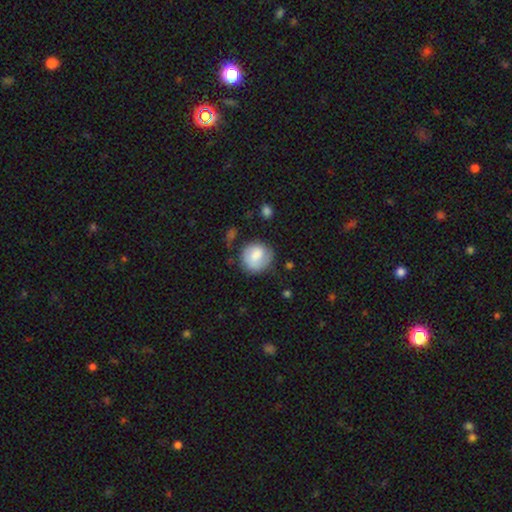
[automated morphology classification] Smooth or featured?
  - smooth: 71% *
  - featured or disk: 22%
  - star or artifact: 7%
How rounded?
  - round: 83% *
  - in between: 16%
  - cigar-shaped: 1%
Merging?
  - none: 66% *
  - minor disturbance: 22%
  - major disturbance: 9%
  - merger: 3%